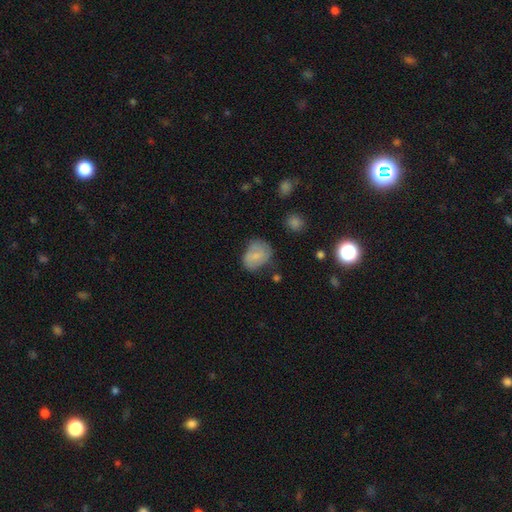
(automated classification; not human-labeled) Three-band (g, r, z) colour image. It shows a smooth galaxy with no disk features (67%) that is in between round and cigar-shaped (59%). Merging: none (55%).